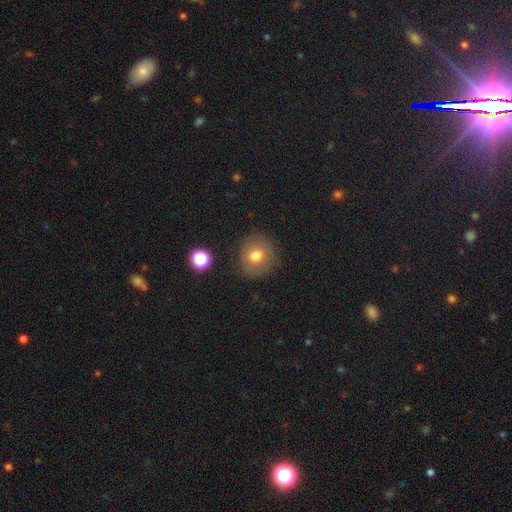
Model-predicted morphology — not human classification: A smooth galaxy with no disk features (74%) that is round (88%). Merging: none (84%).